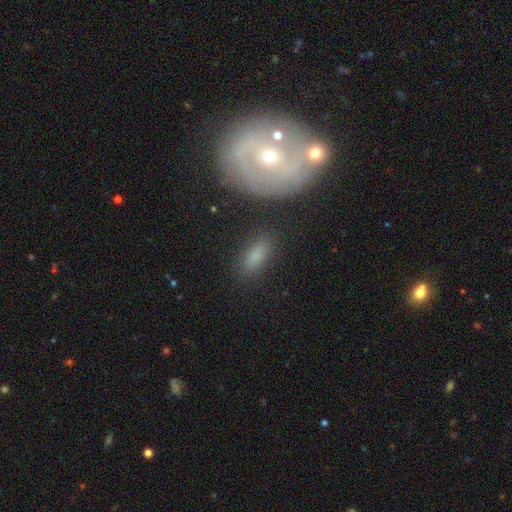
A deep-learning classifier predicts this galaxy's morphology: Smooth or featured? Predicted: smooth (p=0.76). How rounded? Predicted: in between (p=0.83). Merging? Predicted: none (p=0.81).